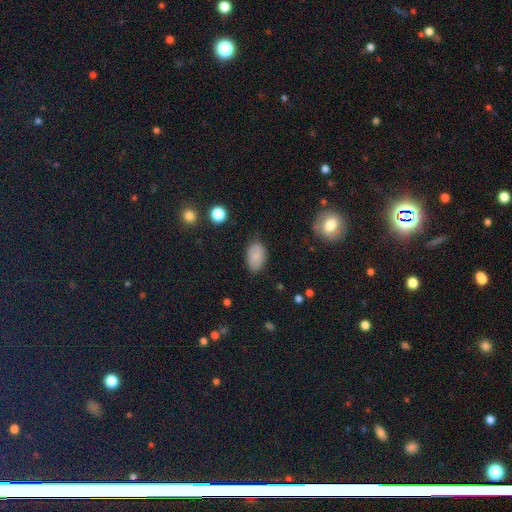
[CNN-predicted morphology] A smooth galaxy with no disk features (81%) that is in between round and cigar-shaped (91%). Merging: none (81%).